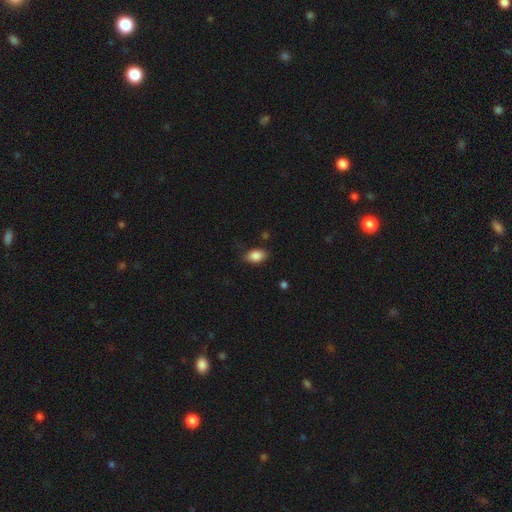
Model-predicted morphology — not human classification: Smooth or featured: smooth — 86% (star or artifact — 8%)
How rounded: in between — 89% (round — 10%)
Merging: none — 80% (minor disturbance — 15%)